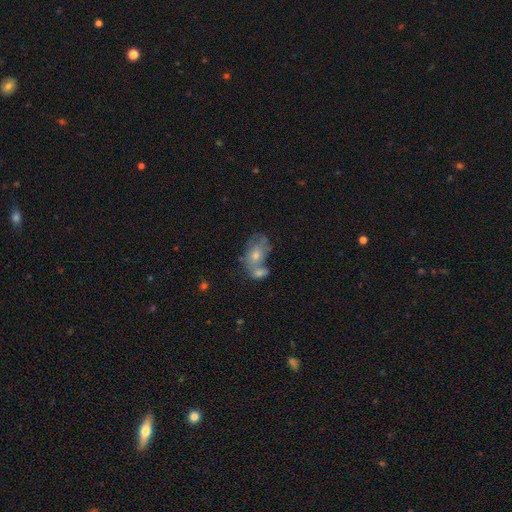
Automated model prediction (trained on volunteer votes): Morphology: type=featured or disk (47%); merging=merger (50%).